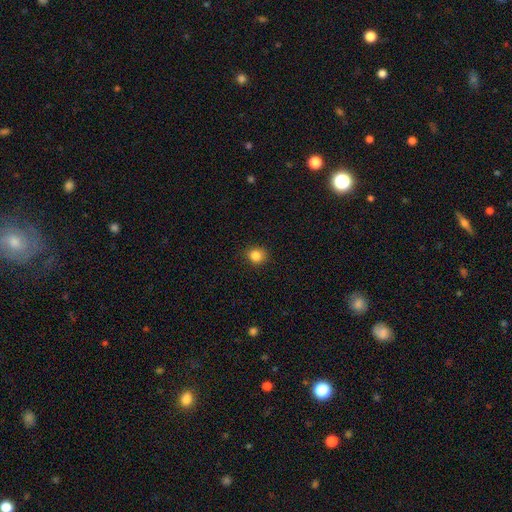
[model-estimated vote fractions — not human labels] Smooth or featured?
  - smooth: 85% *
  - star or artifact: 11%
  - featured or disk: 4%
How rounded?
  - round: 81% *
  - in between: 18%
  - cigar-shaped: 1%
Merging?
  - none: 88% *
  - minor disturbance: 9%
  - major disturbance: 2%
  - merger: 1%